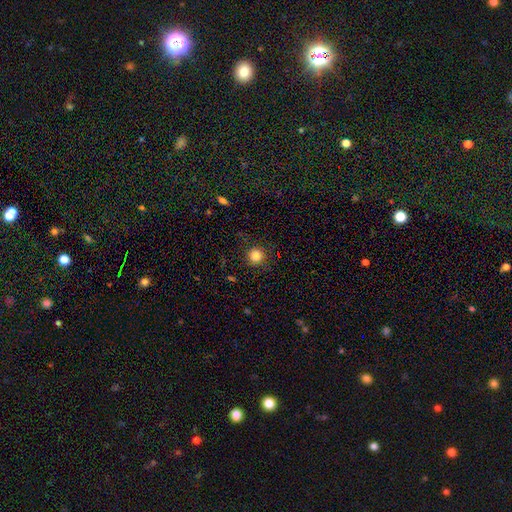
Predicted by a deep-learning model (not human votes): This appears to be a smooth galaxy with no disk features (84%) that is round (95%). Merging: none (89%).